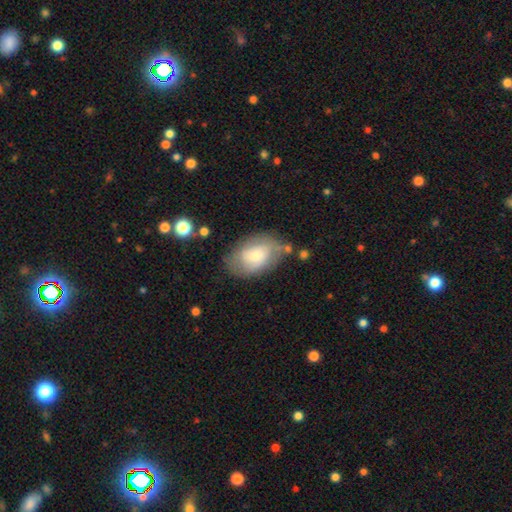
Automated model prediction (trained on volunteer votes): A smooth galaxy with no disk features (64%) that is in between round and cigar-shaped (89%).

Vote fractions:
- Smooth or featured? smooth: 64% / featured or disk: 29% / star or artifact: 7%
- How rounded? in between: 89% / round: 10% / cigar-shaped: 1%
- Merging? none: 63% / minor disturbance: 24% / major disturbance: 9% / merger: 5%